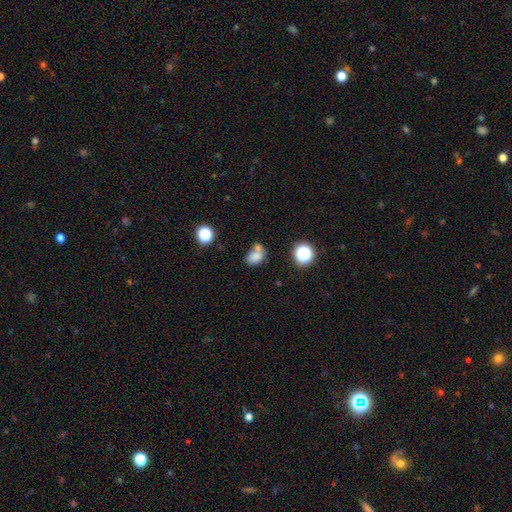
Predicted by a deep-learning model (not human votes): smooth 76%, star or artifact 14%, featured or disk 10%. Down the decision tree: how rounded — in between (68%); merging — none (42%).